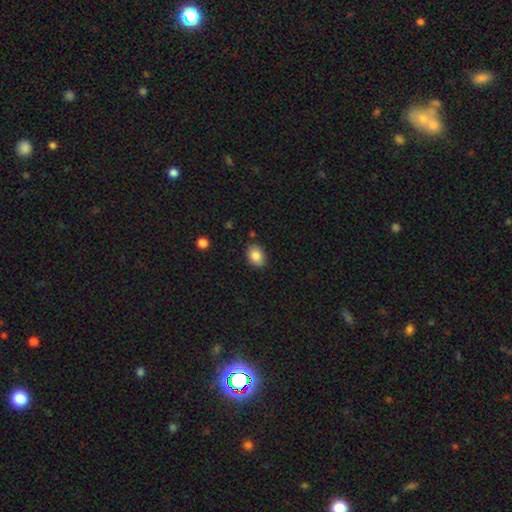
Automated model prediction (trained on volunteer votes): A smooth galaxy with no disk features (85%) that is in between round and cigar-shaped (74%). Merging: none (85%).